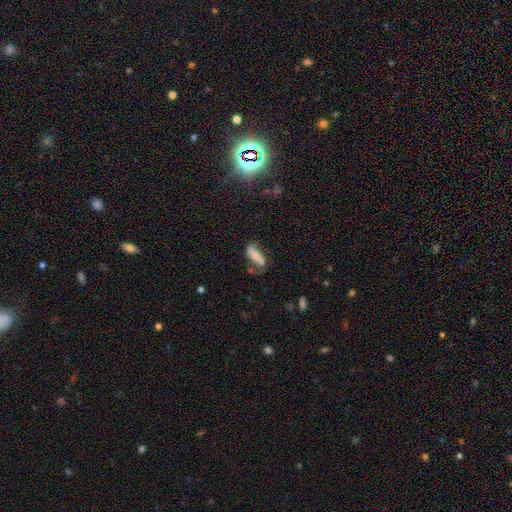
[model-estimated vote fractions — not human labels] Smooth or featured: smooth — 48% (featured or disk — 43%)
Merging: none — 47% (minor disturbance — 26%)